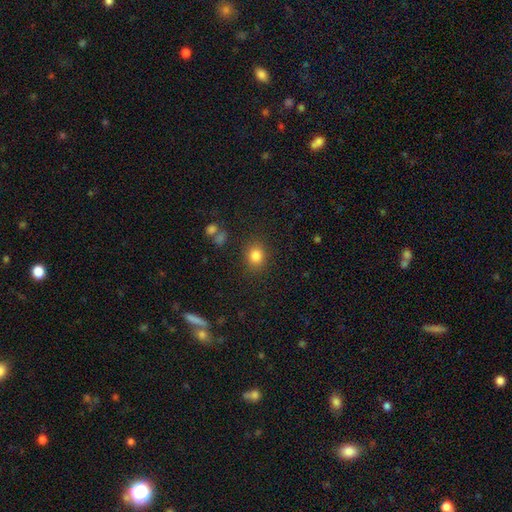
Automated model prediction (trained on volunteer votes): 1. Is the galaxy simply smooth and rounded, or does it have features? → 83% smooth, 11% star or artifact, 6% featured or disk.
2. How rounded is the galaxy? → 65% round, 34% in between, 1% cigar-shaped.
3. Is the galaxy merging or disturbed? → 85% none, 9% minor disturbance, 3% major disturbance, 2% merger.